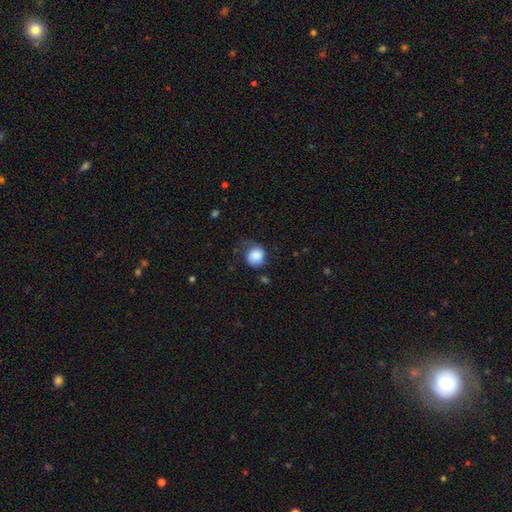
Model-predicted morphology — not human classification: smooth 85%, featured or disk 8%, star or artifact 7%. Down the decision tree: how rounded — round (81%); merging — none (48%).